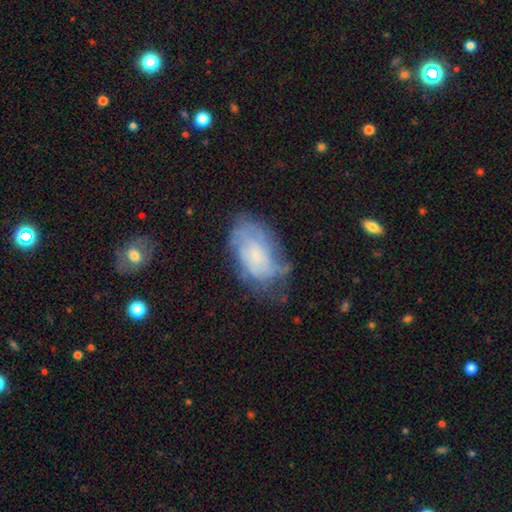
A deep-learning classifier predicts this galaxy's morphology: A featured or disk galaxy (59%) with no bar (75%), spiral arms (74%) and a small central bulge (76%).

Vote fractions:
- Smooth or featured? featured or disk: 59% / smooth: 32% / star or artifact: 9%
- Edge-on disk? no: 96% / yes: 4%
- Bar? no: 75% / weak: 22% / strong: 3%
- Spiral arms? yes: 74% / no: 26%
- Bulge size? small: 76% / moderate: 14% / none: 8% / large: 2% / dominant: 1%
- Merging? none: 55% / minor disturbance: 28% / major disturbance: 14% / merger: 3%